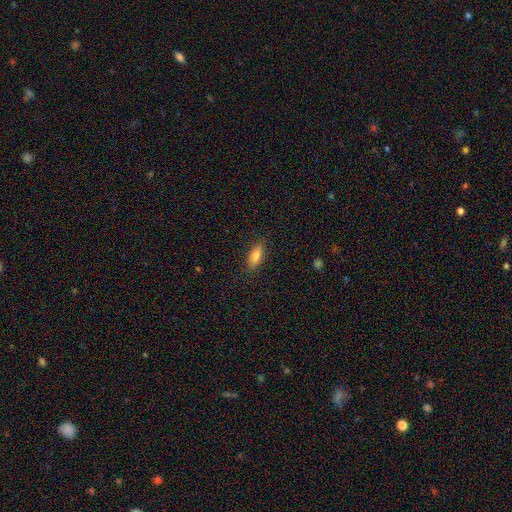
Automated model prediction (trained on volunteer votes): Q: Smooth or featured?
A: smooth (75%); runner-up: featured or disk (17%)
Q: How rounded?
A: in between (57%); runner-up: cigar-shaped (40%)
Q: Merging?
A: none (86%); runner-up: minor disturbance (10%)